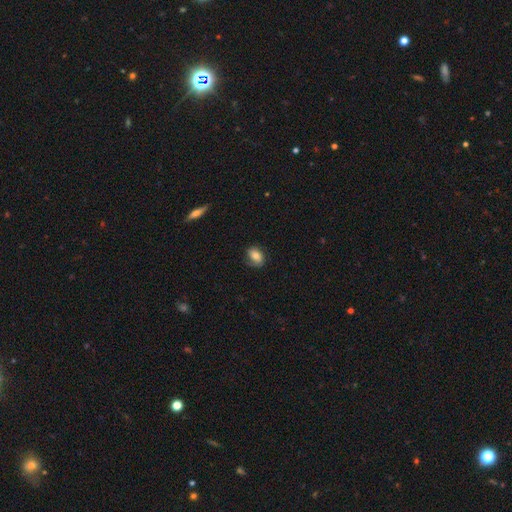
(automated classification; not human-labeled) smooth_or_featured: smooth (p=0.72) [alt: featured or disk p=0.20]
how_rounded: in between (p=0.77) [alt: round p=0.21]
merging: none (p=0.70) [alt: minor disturbance p=0.22]